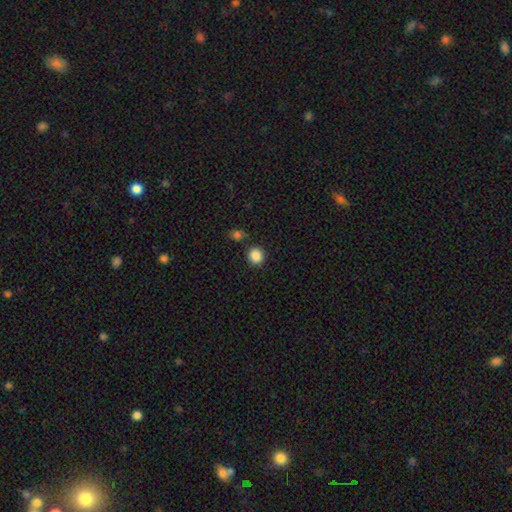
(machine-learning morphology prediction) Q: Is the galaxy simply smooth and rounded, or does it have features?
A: smooth — 86%.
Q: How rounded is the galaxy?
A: round — 88%.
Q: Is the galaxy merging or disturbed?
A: none — 84%.